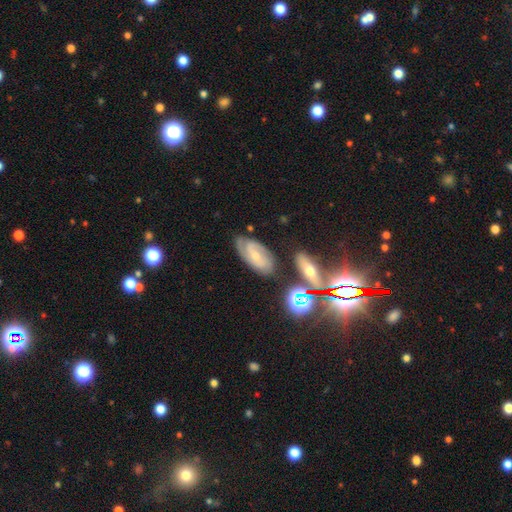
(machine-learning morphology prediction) smooth-or-featured: featured or disk: 65% | smooth: 24% | star or artifact: 11%
  disk-edge-on: no: 93% | yes: 7%
    bar: no: 50% | weak: 39% | strong: 10%
    has-spiral-arms: yes: 90% | no: 10%
      spiral-winding: tight: 50% | medium: 37% | loose: 13%
      spiral-arm-count: 2: 51% | can't tell: 29% | 3: 10% | 1: 5% | 4: 3% | more than 4: 2%
    bulge-size: small: 66% | moderate: 27% | none: 5% | large: 1% | dominant: 1%
  merging: none: 69% | minor disturbance: 20% | major disturbance: 6% | merger: 5%